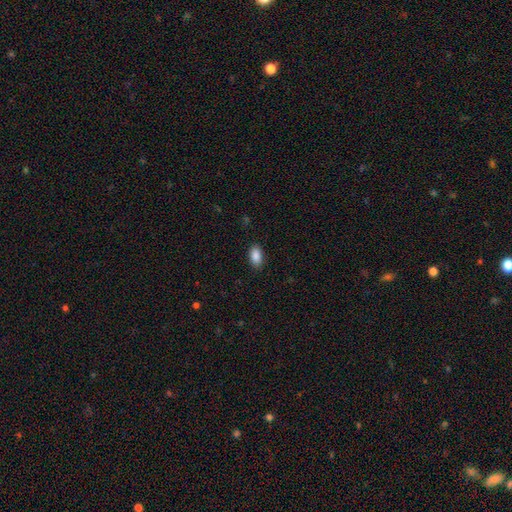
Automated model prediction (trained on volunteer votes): smooth-or-featured: smooth: 89% | star or artifact: 8% | featured or disk: 4%
  how-rounded: in between: 93% | round: 5% | cigar-shaped: 3%
  merging: none: 88% | minor disturbance: 9% | major disturbance: 2% | merger: 1%